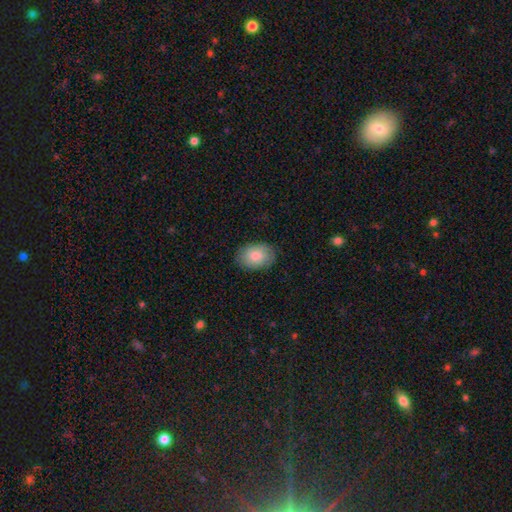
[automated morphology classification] The model was most divided on "how rounded": in between: 81%, round: 18%, cigar-shaped: 1%. More confident: merging — none (84%); smooth or featured — smooth (83%).